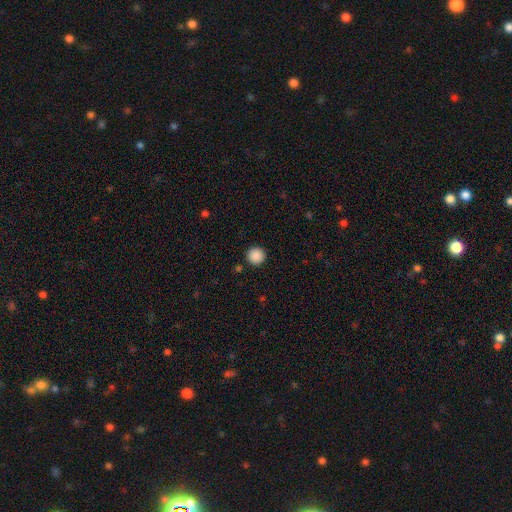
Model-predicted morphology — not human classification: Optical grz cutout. It shows a smooth galaxy with no disk features (88%) that is round (96%). Merging: none (92%).